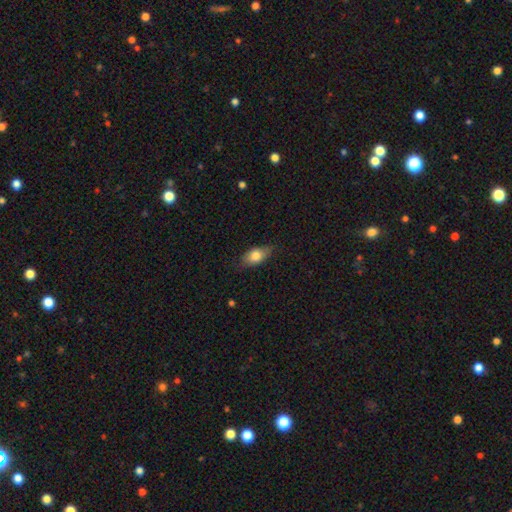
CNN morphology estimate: type=smooth (76%); roundness=in between (85%); merging=none (77%).